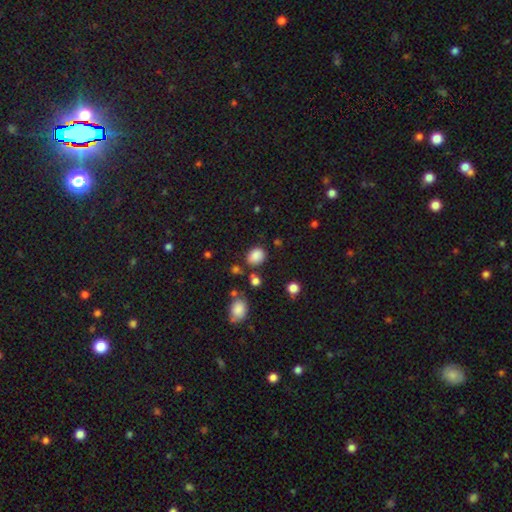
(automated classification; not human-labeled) Morphology: type=smooth (85%); roundness=in between (52%); merging=none (76%).